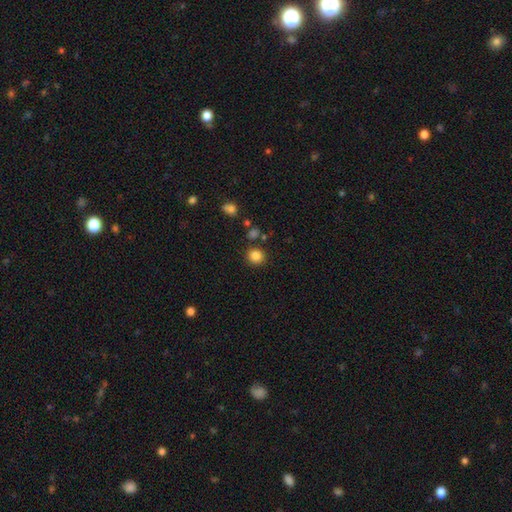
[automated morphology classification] type=smooth (84%); roundness=round (88%); merging=none (85%).